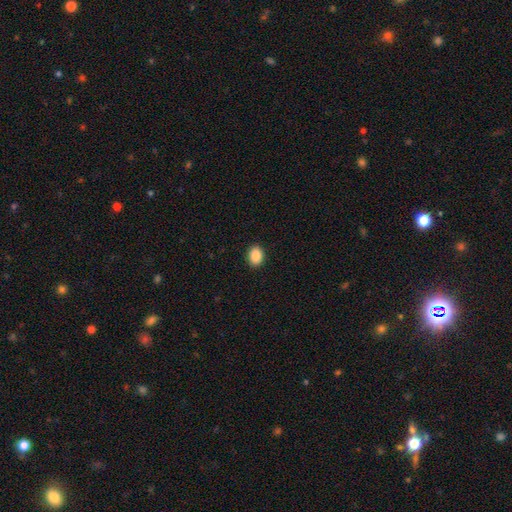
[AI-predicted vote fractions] Overall: smooth (89%). How rounded: in between (70%). Merging: none (91%).